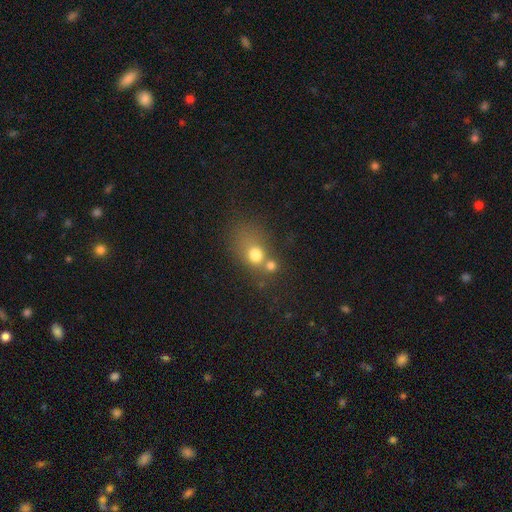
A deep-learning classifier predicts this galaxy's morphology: This is likely a smooth galaxy (70%). How rounded: possibly round (53%). Merging: marginally merger (44%).